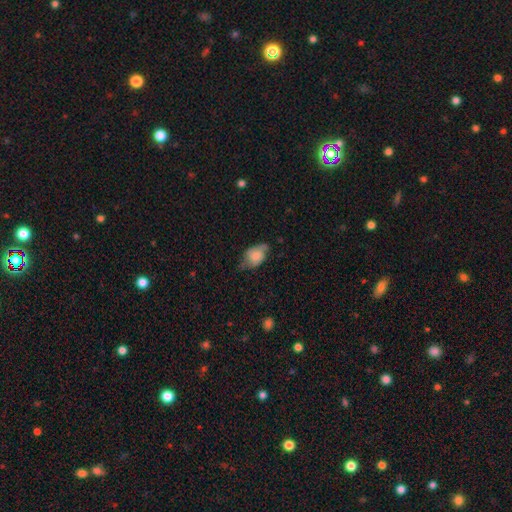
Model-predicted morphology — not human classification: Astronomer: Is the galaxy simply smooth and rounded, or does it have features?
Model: smooth — 64%.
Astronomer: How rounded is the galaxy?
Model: in between — 84%.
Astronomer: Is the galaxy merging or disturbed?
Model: none — 45% (runner-up: minor disturbance, 39%).